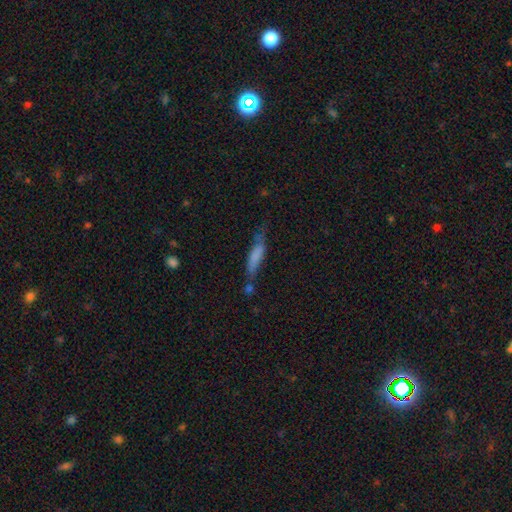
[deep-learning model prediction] Smooth or featured? Predicted: smooth (p=0.66). How rounded? Predicted: cigar-shaped (p=0.76). Merging? Predicted: none (p=0.46).